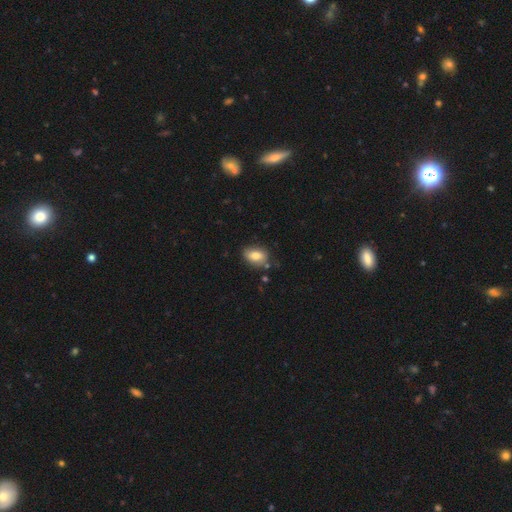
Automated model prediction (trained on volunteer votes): Smooth or featured? Predicted: smooth (p=0.79). How rounded? Predicted: in between (p=0.80). Merging? Predicted: none (p=0.76).